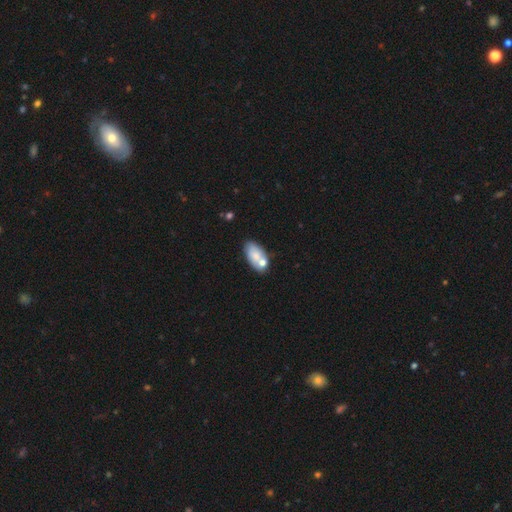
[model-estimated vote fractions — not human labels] Smooth or featured? smooth (69%)
How rounded? in between (92%)
Merging? none (52%)